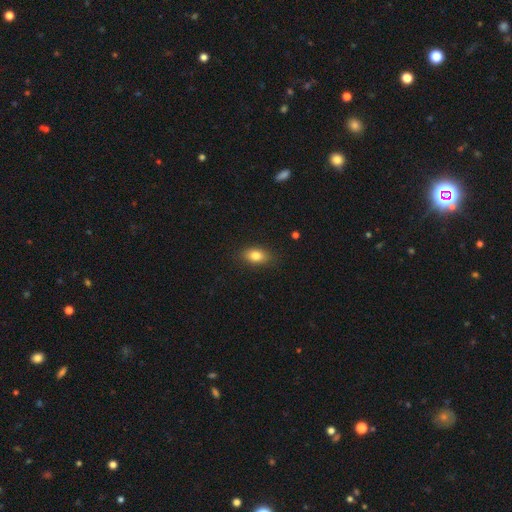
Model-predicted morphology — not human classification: A smooth galaxy with no disk features (82%) that is in between round and cigar-shaped (84%).

Vote fractions:
- Smooth or featured? smooth: 82% / featured or disk: 9% / star or artifact: 9%
- How rounded? in between: 84% / round: 13% / cigar-shaped: 3%
- Merging? none: 85% / minor disturbance: 12% / major disturbance: 3% / merger: 1%